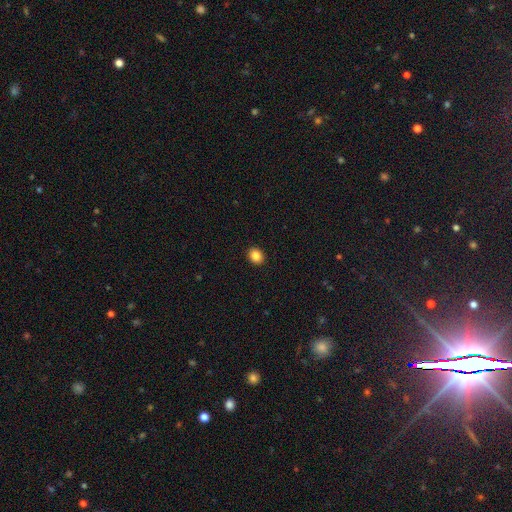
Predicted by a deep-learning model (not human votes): smooth_or_featured: smooth (p=0.86) [alt: star or artifact p=0.10]
how_rounded: round (p=0.58) [alt: in between p=0.41]
merging: none (p=0.92) [alt: minor disturbance p=0.05]